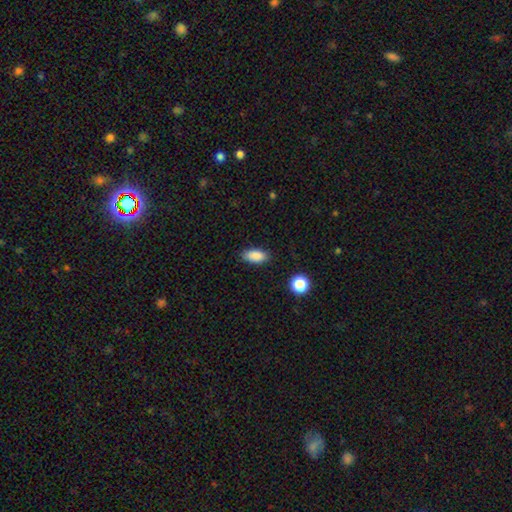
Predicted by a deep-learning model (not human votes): Q: Smooth or featured?
A: smooth (87%); runner-up: star or artifact (8%)
Q: How rounded?
A: in between (89%); runner-up: cigar-shaped (7%)
Q: Merging?
A: none (86%); runner-up: minor disturbance (10%)